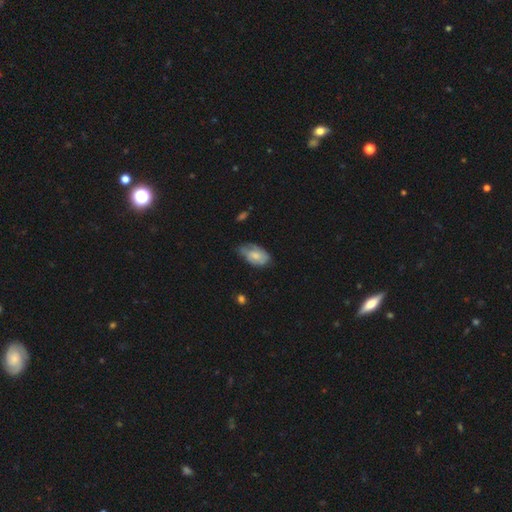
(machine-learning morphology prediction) The model was most divided on "merging": none: 50%, minor disturbance: 38%, major disturbance: 11%, merger: 2%. More confident: how rounded — in between (92%); smooth or featured — smooth (58%).